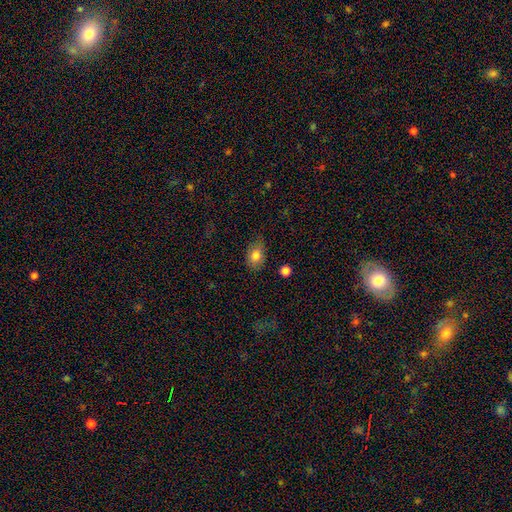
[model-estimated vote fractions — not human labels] Smooth or featured?
  - smooth: 80% *
  - featured or disk: 11%
  - star or artifact: 9%
How rounded?
  - in between: 77% *
  - round: 21%
  - cigar-shaped: 2%
Merging?
  - none: 68% *
  - minor disturbance: 25%
  - major disturbance: 5%
  - merger: 2%